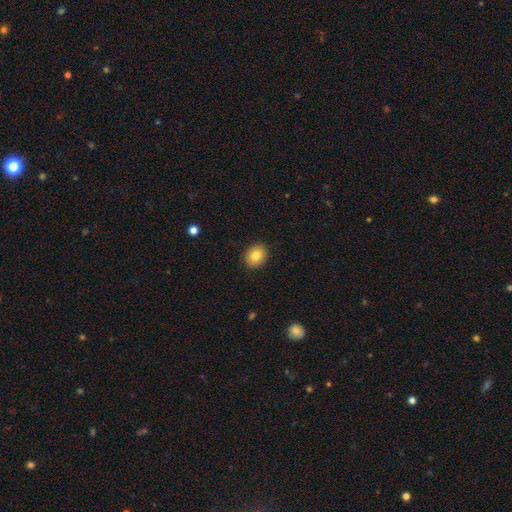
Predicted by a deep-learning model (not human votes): A smooth galaxy with no disk features (82%) that is round (60%). Merging: none (90%).